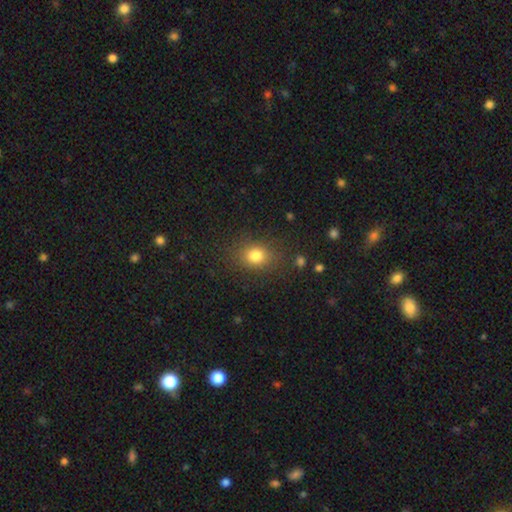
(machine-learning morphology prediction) Smooth or featured?
  - smooth: 80% *
  - star or artifact: 13%
  - featured or disk: 7%
How rounded?
  - round: 53% *
  - in between: 46%
  - cigar-shaped: 1%
Merging?
  - none: 83% *
  - minor disturbance: 11%
  - major disturbance: 5%
  - merger: 2%